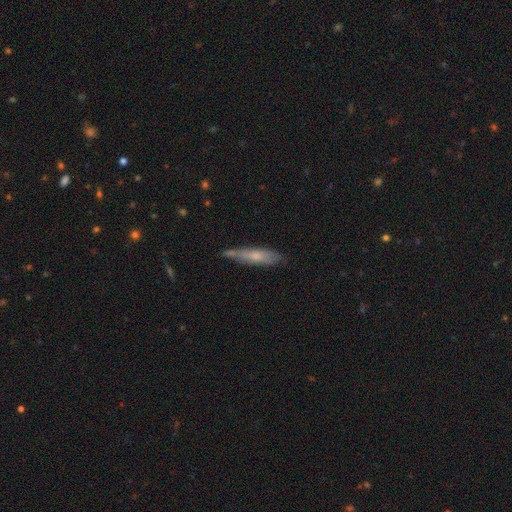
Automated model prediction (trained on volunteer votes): This is likely a smooth galaxy (61%). How rounded: likely cigar-shaped (79%). Merging: likely none (63%).